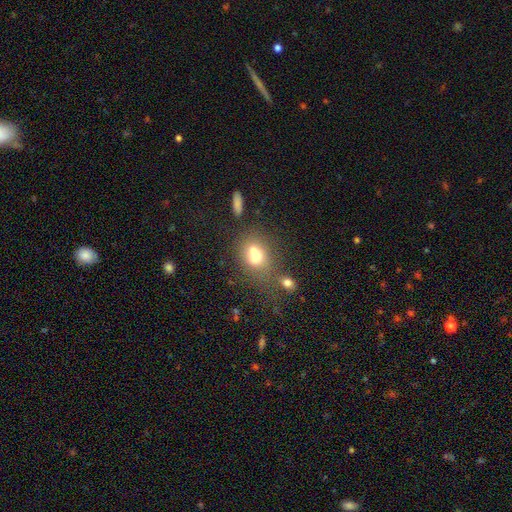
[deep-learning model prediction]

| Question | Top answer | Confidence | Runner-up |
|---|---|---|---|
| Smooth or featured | smooth | 68% | featured or disk (20%) |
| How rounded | in between | 59% | round (39%) |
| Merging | merger | 45% | none (32%) |